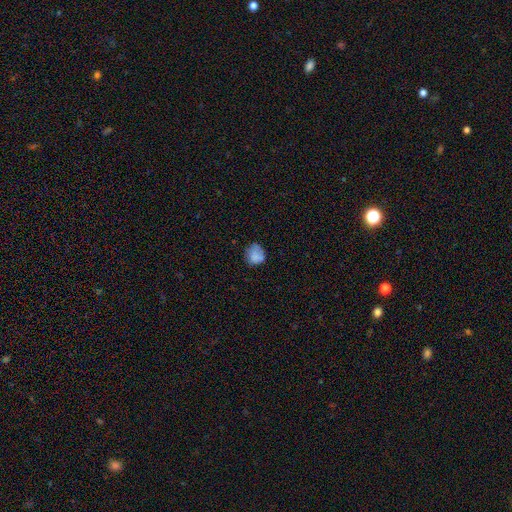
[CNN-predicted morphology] The model was most divided on "merging": none: 60%, minor disturbance: 26%, major disturbance: 10%, merger: 4%. More confident: smooth or featured — smooth (75%); how rounded — round (71%).